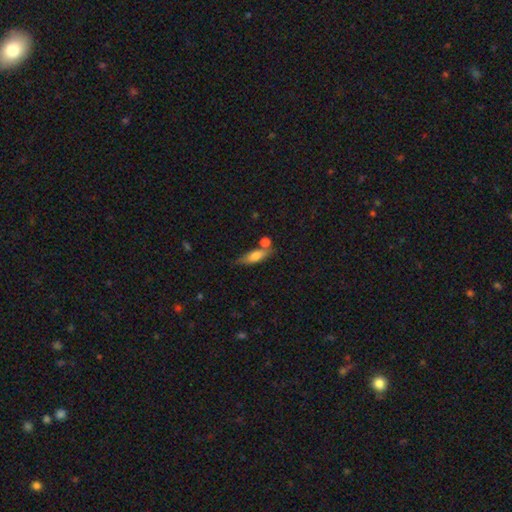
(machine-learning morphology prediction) Smooth or featured?
  - smooth: 68% *
  - featured or disk: 24%
  - star or artifact: 8%
How rounded?
  - in between: 50% *
  - cigar-shaped: 47%
  - round: 4%
Merging?
  - none: 62% *
  - minor disturbance: 17%
  - merger: 16%
  - major disturbance: 5%